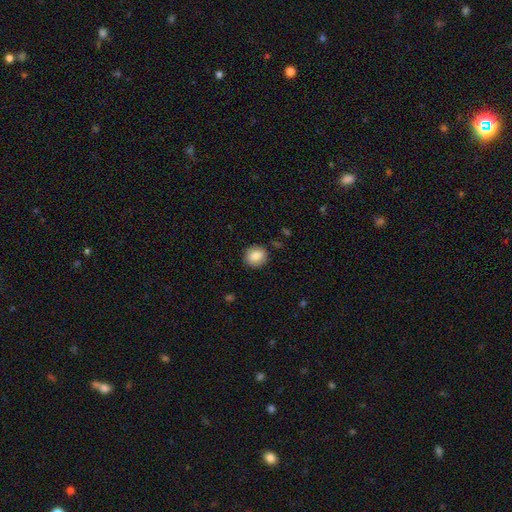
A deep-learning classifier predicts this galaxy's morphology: Smooth or featured: smooth — 85% (star or artifact — 8%)
How rounded: round — 74% (in between — 25%)
Merging: none — 87% (minor disturbance — 10%)